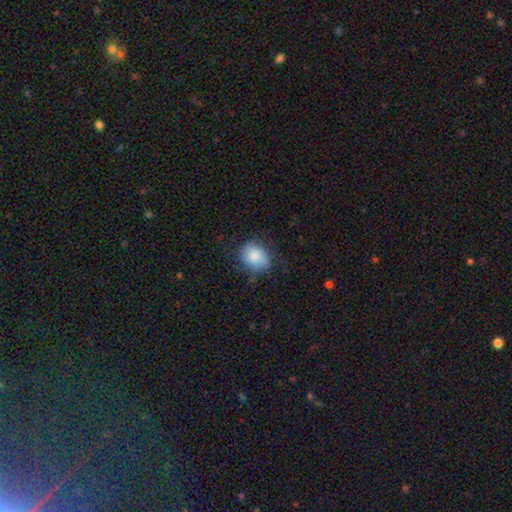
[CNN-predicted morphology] The model was most divided on "how rounded": in between: 50%, round: 49%, cigar-shaped: 1%. More confident: smooth or featured — smooth (77%); merging — none (55%).